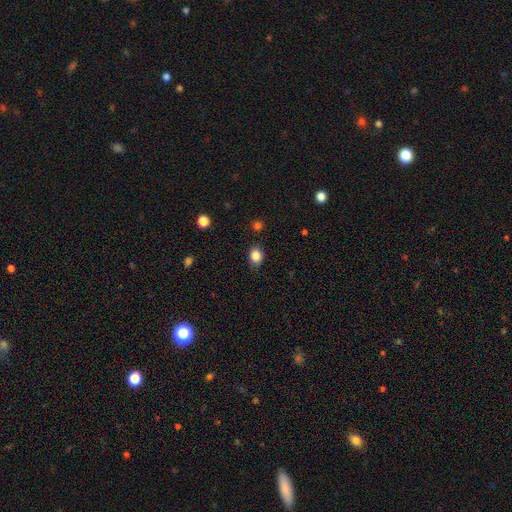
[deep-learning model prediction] Smooth or featured? smooth (85%)
How rounded? in between (50%)
Merging? none (82%)